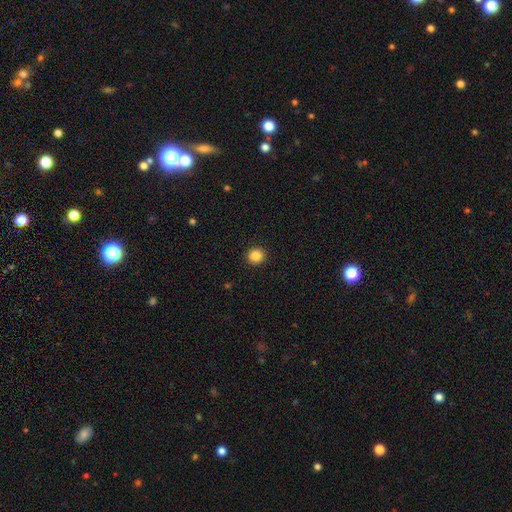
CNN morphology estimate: Smooth or featured?
  - smooth: 86% *
  - star or artifact: 10%
  - featured or disk: 4%
How rounded?
  - round: 92% *
  - in between: 7%
  - cigar-shaped: 1%
Merging?
  - none: 93% *
  - minor disturbance: 5%
  - major disturbance: 2%
  - merger: 1%